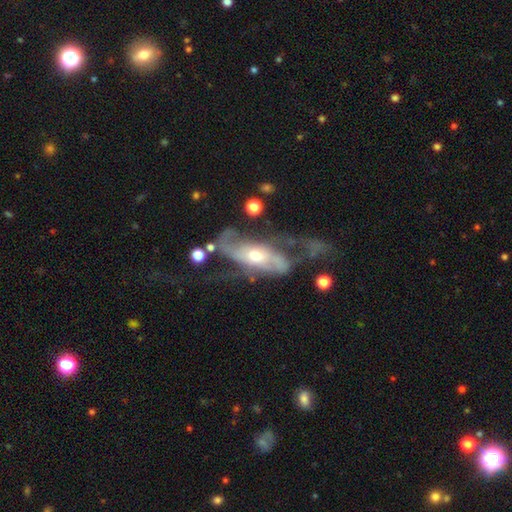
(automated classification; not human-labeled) The model was most divided on "merging": major disturbance: 36%, none: 35%, minor disturbance: 21%, merger: 8%. Remaining: edge-on disk — no (86%); spiral arms — yes (84%); smooth or featured — featured or disk (78%); spiral arm count — 2 (70%); bulge size — moderate (67%); bar — no (58%); spiral winding — loose (47%).